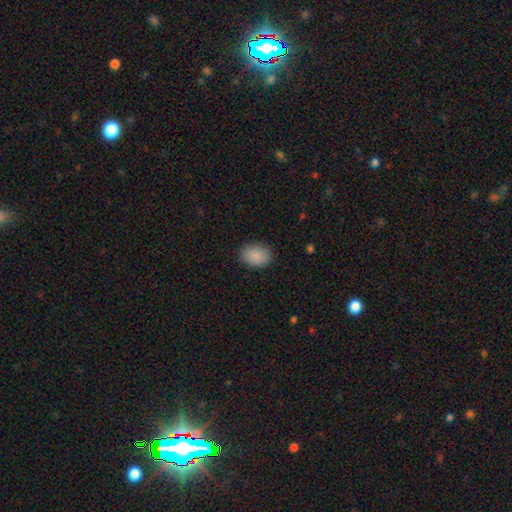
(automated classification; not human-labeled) Morphology: type=smooth (89%); roundness=in between (71%); merging=none (87%).